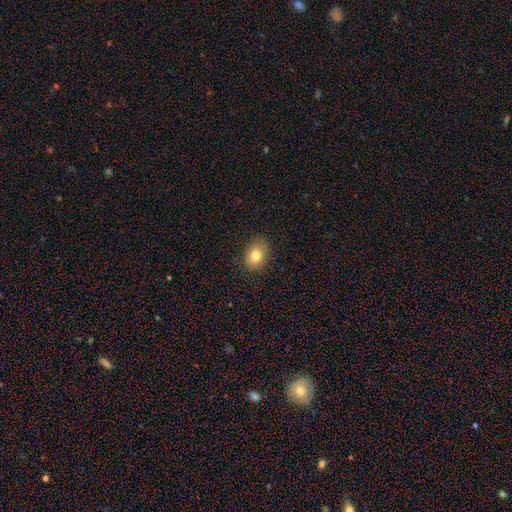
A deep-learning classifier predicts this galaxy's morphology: This is clearly a smooth galaxy (81%). How rounded: likely in between (61%). Merging: clearly none (86%).